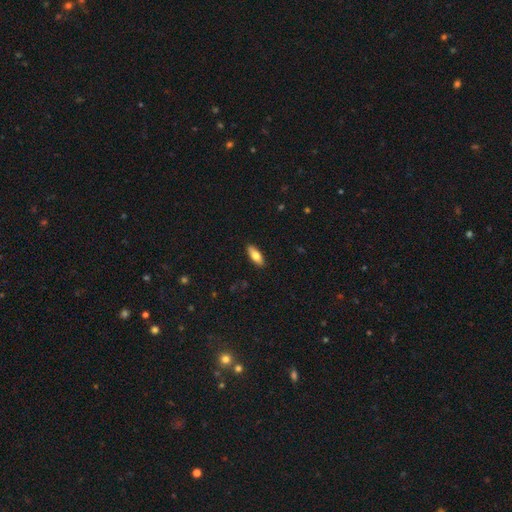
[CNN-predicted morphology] This is likely a smooth galaxy (74%). How rounded: likely in between (73%). Merging: clearly none (89%).